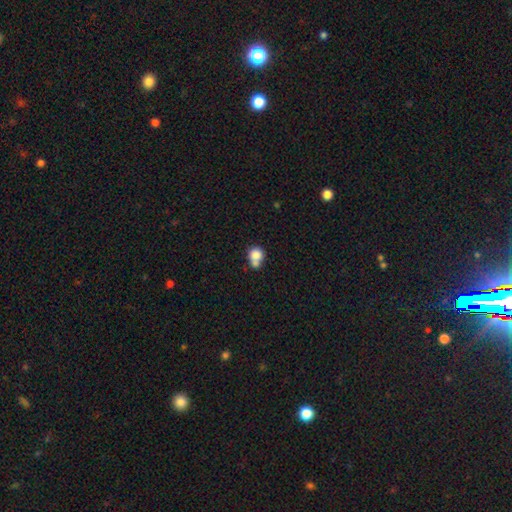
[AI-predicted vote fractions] Q: Smooth or featured?
A: smooth (81%); runner-up: star or artifact (10%)
Q: How rounded?
A: round (79%); runner-up: in between (20%)
Q: Merging?
A: merger (45%); runner-up: none (38%)